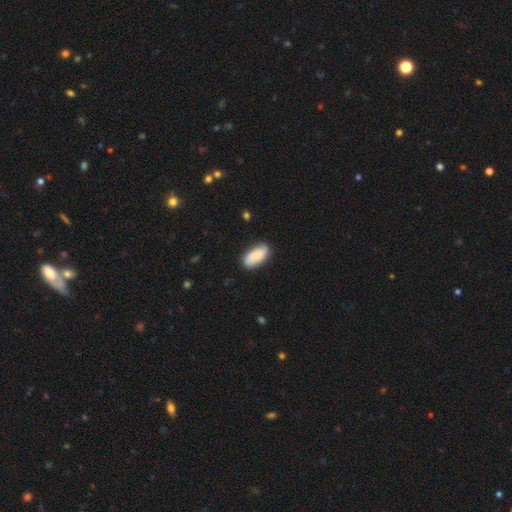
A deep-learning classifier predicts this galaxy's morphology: This is likely a smooth galaxy (72%). How rounded: clearly in between (92%). Merging: clearly none (81%).